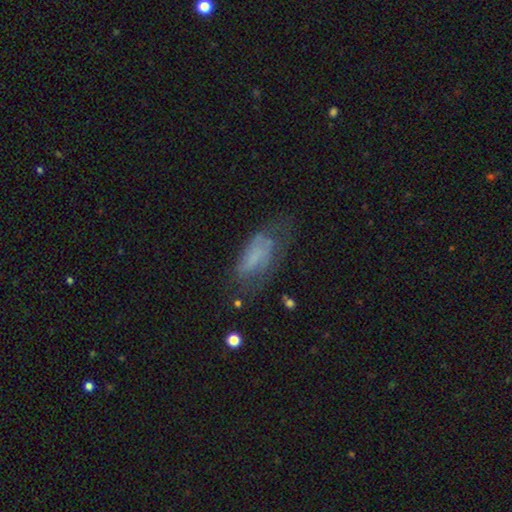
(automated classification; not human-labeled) This appears to be a smooth galaxy with no disk features (49%). Merging: none (45%).